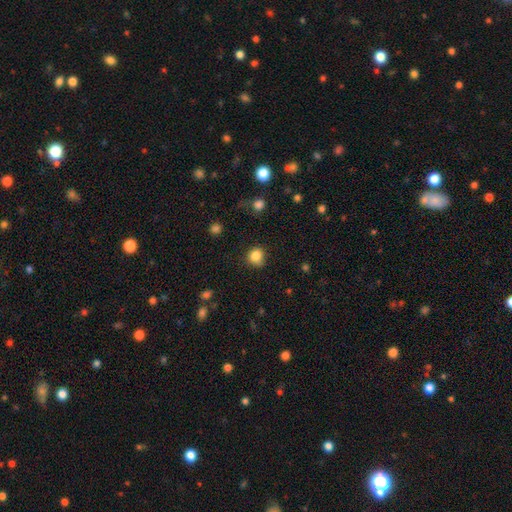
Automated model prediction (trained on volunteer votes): smooth-or-featured: smooth: 83% | star or artifact: 11% | featured or disk: 5%
  how-rounded: round: 84% | in between: 15% | cigar-shaped: 1%
  merging: none: 72% | minor disturbance: 21% | major disturbance: 5% | merger: 2%